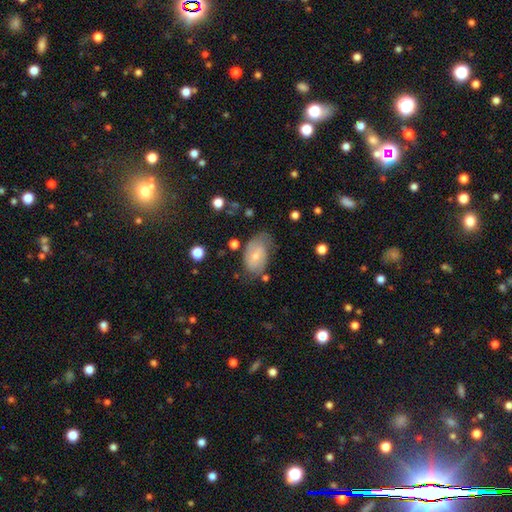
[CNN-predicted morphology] smooth-or-featured: smooth: 50% | featured or disk: 43% | star or artifact: 8%
  merging: none: 50% | minor disturbance: 32% | major disturbance: 14% | merger: 4%